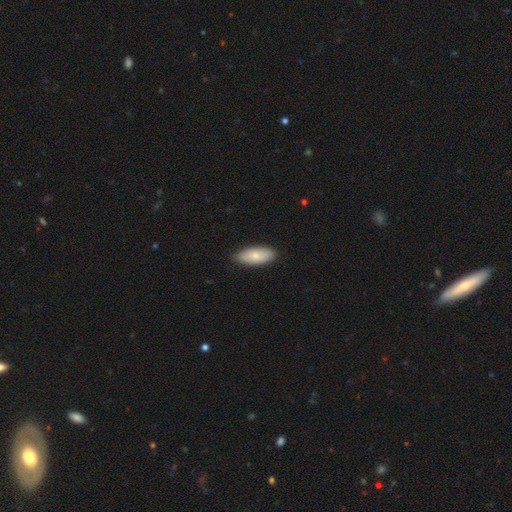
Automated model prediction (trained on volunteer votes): A smooth galaxy with no disk features (77%) that is in between round and cigar-shaped (83%).

Vote fractions:
- Smooth or featured? smooth: 77% / featured or disk: 17% / star or artifact: 6%
- How rounded? in between: 83% / cigar-shaped: 15% / round: 2%
- Merging? none: 86% / minor disturbance: 11% / major disturbance: 2% / merger: 1%